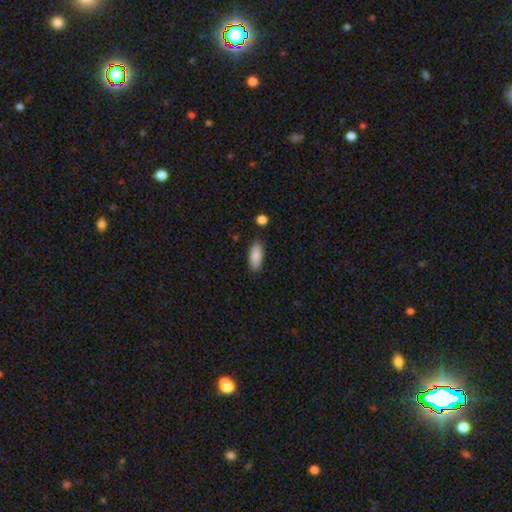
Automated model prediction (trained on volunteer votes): A smooth galaxy with no disk features (88%) that is in between round and cigar-shaped (77%). Merging: none (85%).